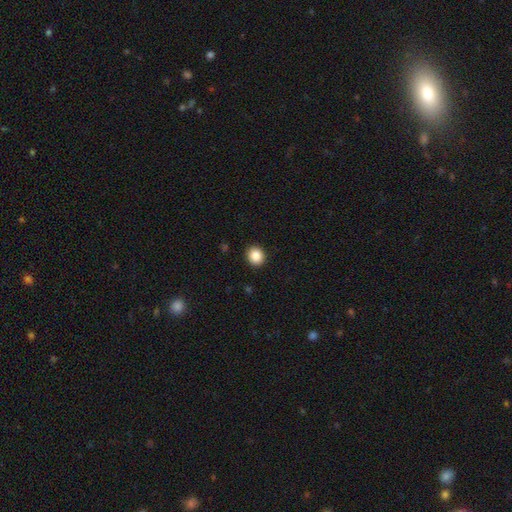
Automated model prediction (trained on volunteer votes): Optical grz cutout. It shows a smooth galaxy with no disk features (87%) that is round (82%). Merging: none (92%).